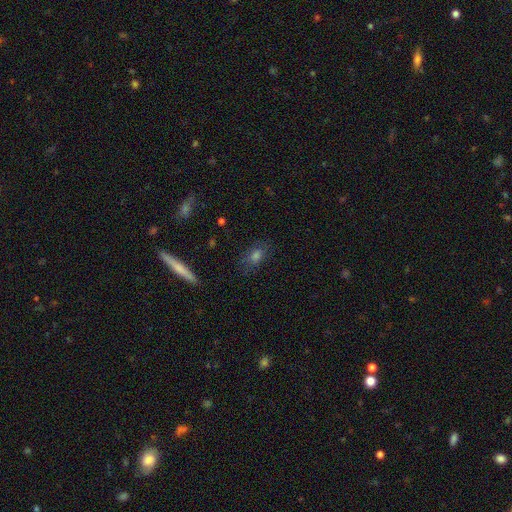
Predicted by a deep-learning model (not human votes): This is likely a smooth galaxy (71%). How rounded: likely in between (72%). Merging: clearly none (81%).